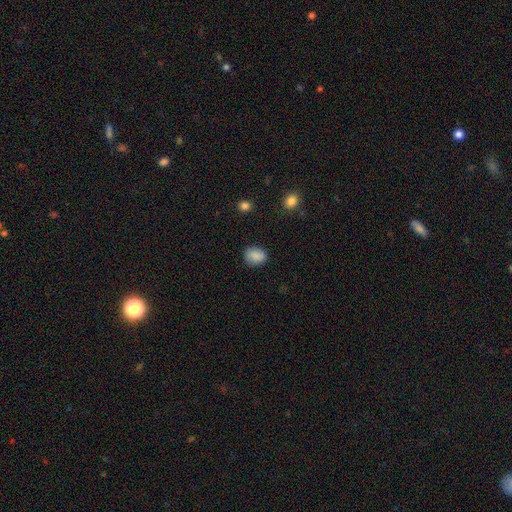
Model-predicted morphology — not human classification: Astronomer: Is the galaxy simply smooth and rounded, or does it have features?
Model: smooth — 86%.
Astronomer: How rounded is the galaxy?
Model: in between — 57% (runner-up: round, 41%).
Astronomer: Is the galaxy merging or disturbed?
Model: none — 80%.